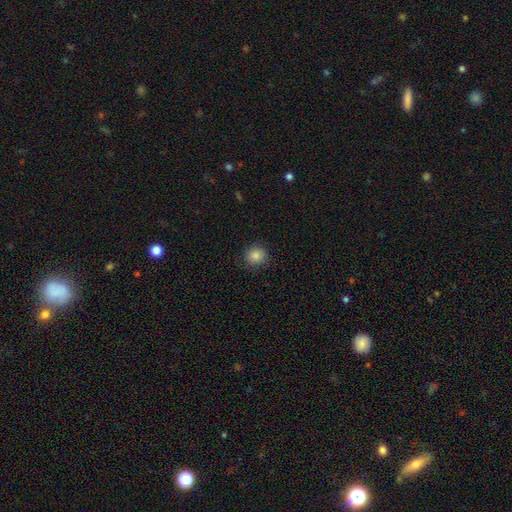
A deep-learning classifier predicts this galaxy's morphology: Q: Smooth or featured?
A: smooth (86%); runner-up: star or artifact (10%)
Q: How rounded?
A: round (89%); runner-up: in between (10%)
Q: Merging?
A: none (87%); runner-up: minor disturbance (9%)